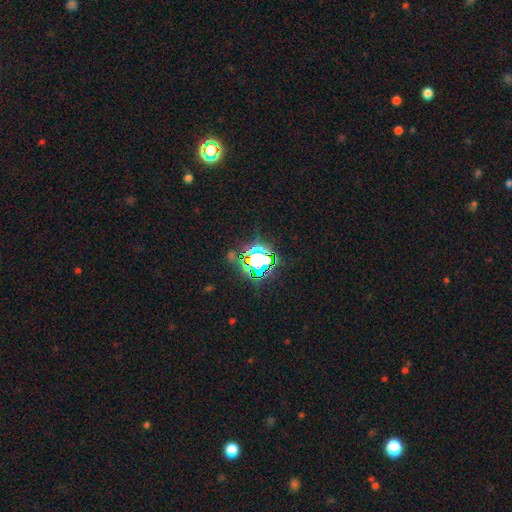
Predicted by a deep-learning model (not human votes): Smooth or featured: star or artifact — 70% (smooth — 18%)